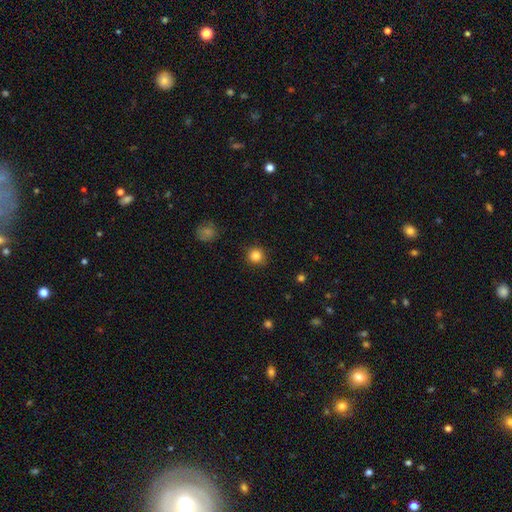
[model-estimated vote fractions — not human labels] Smooth or featured?
  - smooth: 84% *
  - star or artifact: 12%
  - featured or disk: 4%
How rounded?
  - round: 94% *
  - in between: 5%
  - cigar-shaped: 1%
Merging?
  - none: 90% *
  - minor disturbance: 7%
  - major disturbance: 2%
  - merger: 1%